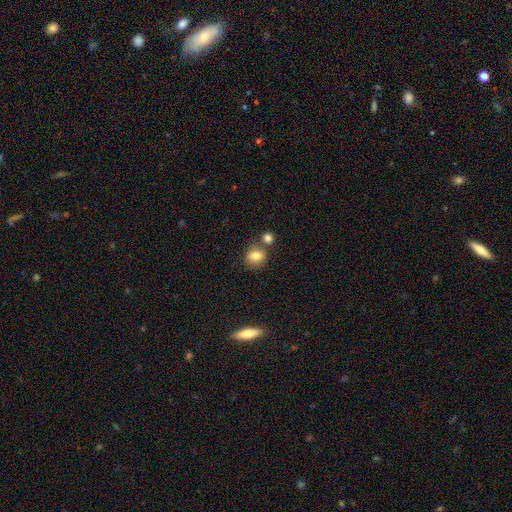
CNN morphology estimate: type=smooth (80%); roundness=round (66%); merging=none (64%).